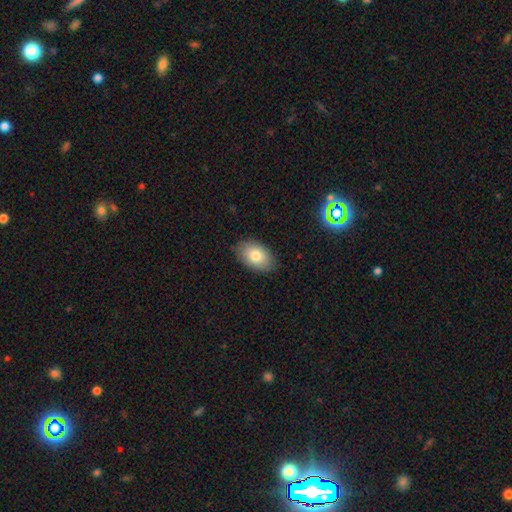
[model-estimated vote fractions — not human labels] The model was most divided on "smooth or featured": smooth: 79%, featured or disk: 13%, star or artifact: 8%. More confident: how rounded — in between (90%); merging — none (86%).